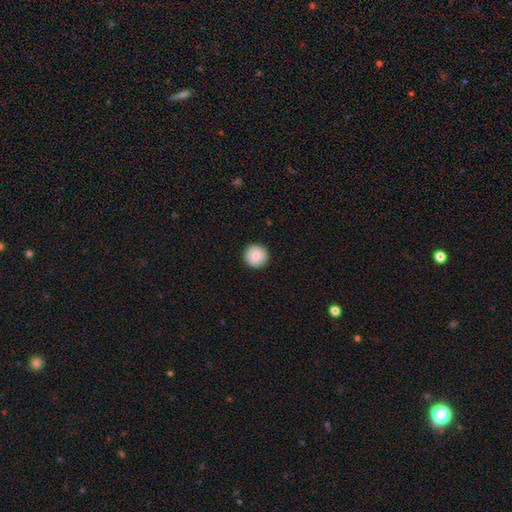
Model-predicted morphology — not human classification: Overall: smooth (83%). How rounded: round (96%). Merging: none (92%).